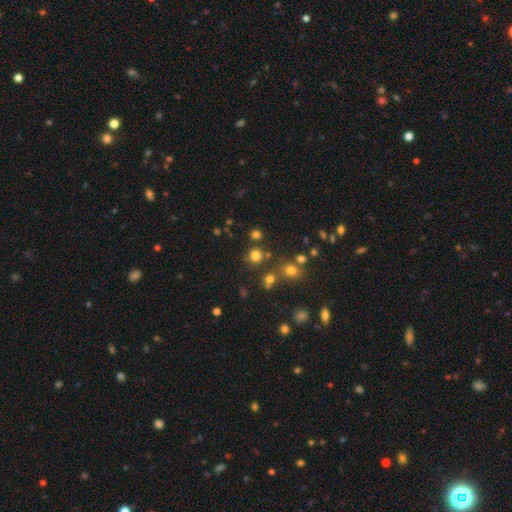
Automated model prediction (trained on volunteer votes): Smooth or featured? Predicted: smooth (p=0.75). How rounded? Predicted: round (p=0.89). Merging? Predicted: none (p=0.77).